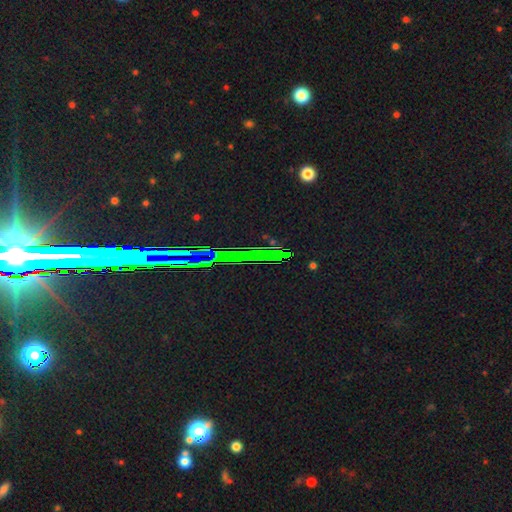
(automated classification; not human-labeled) Morphology: type=star or artifact (78%).